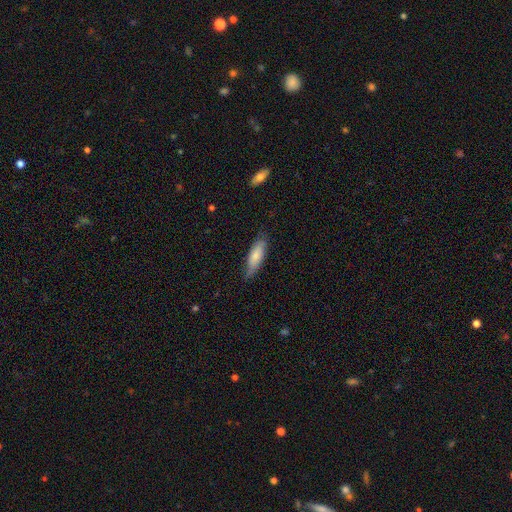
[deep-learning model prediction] smooth-or-featured: smooth: 75% | featured or disk: 20% | star or artifact: 6%
  how-rounded: in between: 56% | cigar-shaped: 42% | round: 2%
  merging: none: 73% | minor disturbance: 22% | major disturbance: 4% | merger: 1%